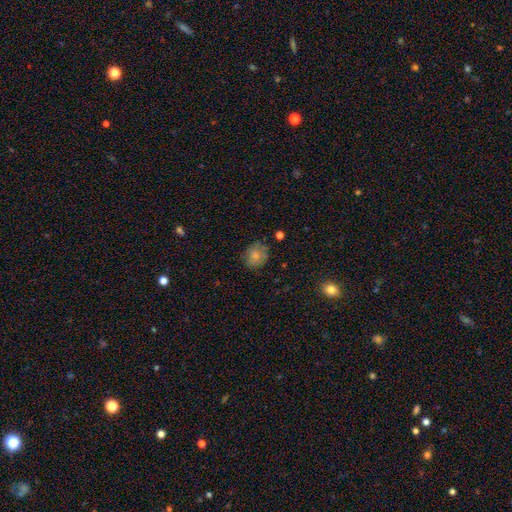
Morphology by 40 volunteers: This appears to be a smooth galaxy with no disk features (82%) that is round (73%). Merging: none (73%).